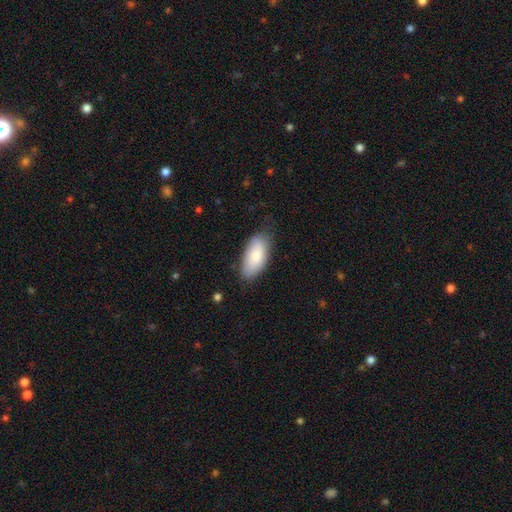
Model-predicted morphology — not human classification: This is clearly a smooth galaxy (81%). How rounded: clearly in between (92%). Merging: likely none (71%).